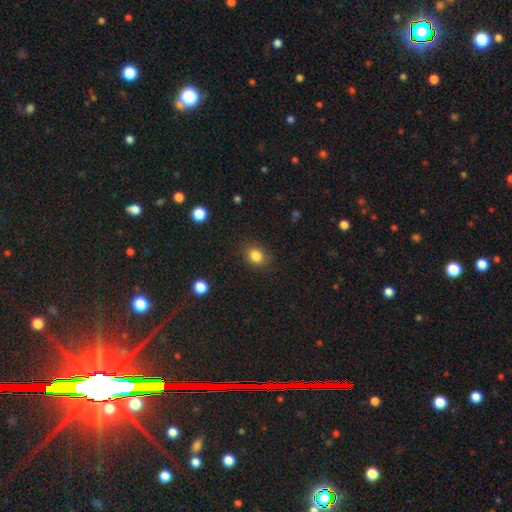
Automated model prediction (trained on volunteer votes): This appears to be a smooth galaxy with no disk features (84%) that is round (58%). Merging: none (86%).